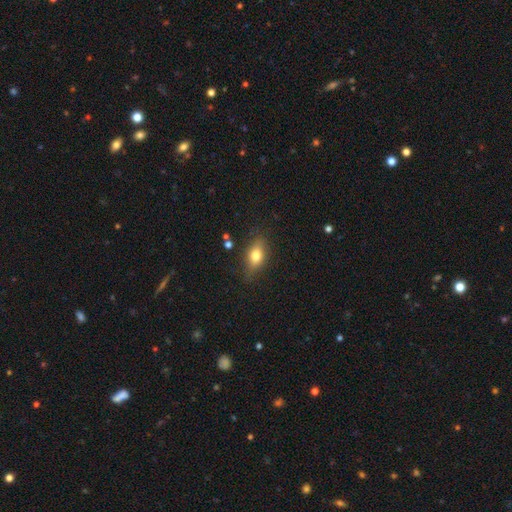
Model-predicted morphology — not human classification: Smooth or featured? smooth (72%)
How rounded? in between (77%)
Merging? none (77%)